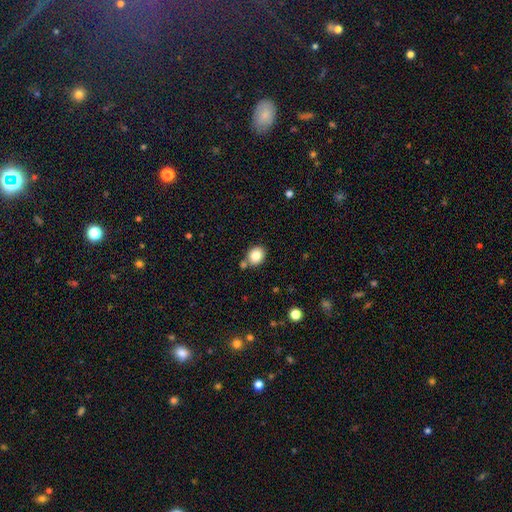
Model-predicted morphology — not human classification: Q: Smooth or featured?
A: smooth (83%); runner-up: star or artifact (9%)
Q: How rounded?
A: round (58%); runner-up: in between (41%)
Q: Merging?
A: none (73%); runner-up: merger (13%)